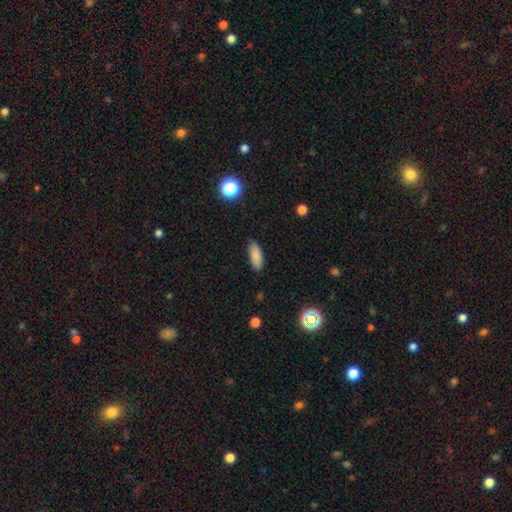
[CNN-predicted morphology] This appears to be a smooth galaxy with no disk features (87%) that is in between round and cigar-shaped (73%). Merging: none (87%).